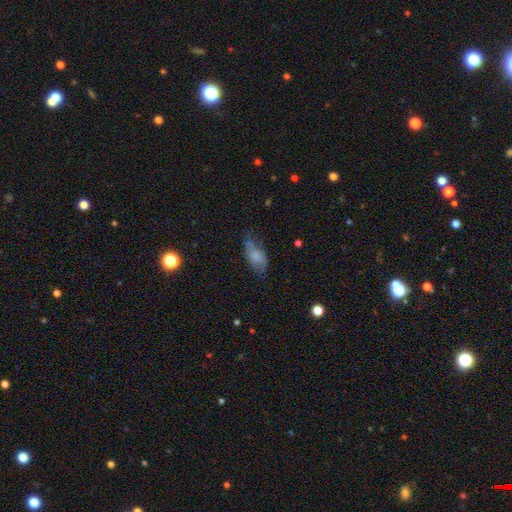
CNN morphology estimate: smooth-or-featured: smooth: 64% | featured or disk: 26% | star or artifact: 10%
  how-rounded: in between: 87% | cigar-shaped: 8% | round: 5%
  merging: none: 47% | minor disturbance: 31% | major disturbance: 17% | merger: 5%